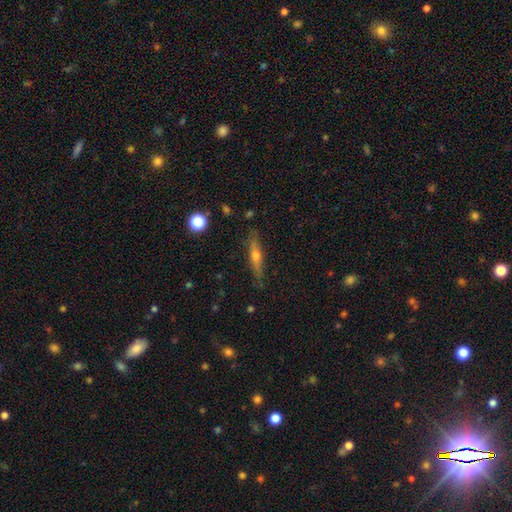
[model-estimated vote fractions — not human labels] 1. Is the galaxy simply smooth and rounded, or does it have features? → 59% featured or disk, 34% smooth, 7% star or artifact.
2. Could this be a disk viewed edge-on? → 93% yes, 7% no.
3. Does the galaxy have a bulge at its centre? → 89% rounded, 8% none, 3% boxy.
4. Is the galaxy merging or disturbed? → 85% none, 11% minor disturbance, 2% major disturbance, 1% merger.